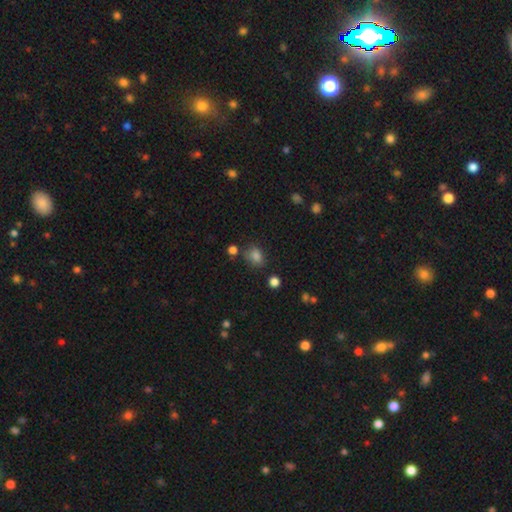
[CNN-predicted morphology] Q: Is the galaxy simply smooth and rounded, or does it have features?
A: smooth — 81%.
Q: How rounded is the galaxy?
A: in between — 58%.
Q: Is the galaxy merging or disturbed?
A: none — 68%.